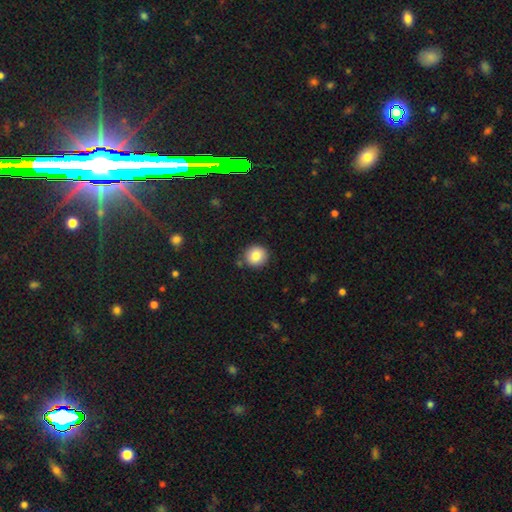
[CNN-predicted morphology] Q: Smooth or featured?
A: smooth (83%); runner-up: star or artifact (9%)
Q: How rounded?
A: round (91%); runner-up: in between (8%)
Q: Merging?
A: none (86%); runner-up: minor disturbance (9%)